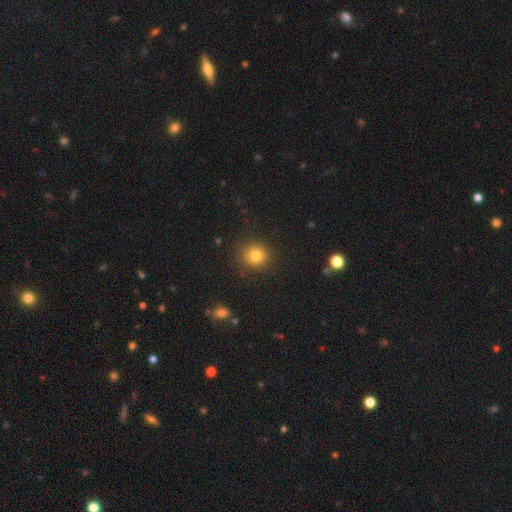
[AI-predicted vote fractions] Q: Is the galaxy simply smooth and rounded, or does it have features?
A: smooth — 81%.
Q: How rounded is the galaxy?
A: round — 89%.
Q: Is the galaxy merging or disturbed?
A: none — 87%.